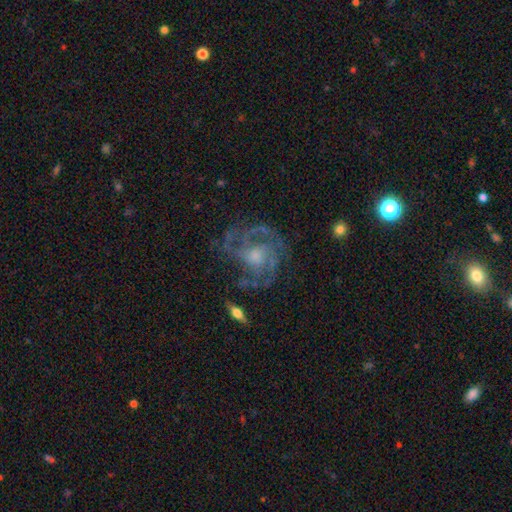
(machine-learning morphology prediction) featured or disk 82%, smooth 10%, star or artifact 8%. Down the decision tree: edge-on disk — no (97%); bar — no (67%); spiral arms — yes (91%); spiral arm count — 3 (32%); spiral winding — tight (44%, tied with medium); bulge size — moderate (44%); merging — none (66%).